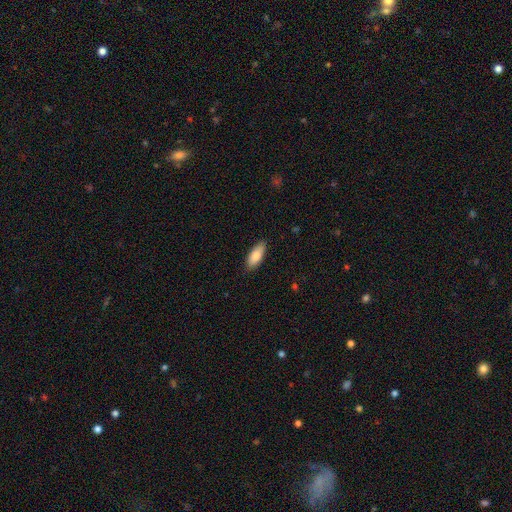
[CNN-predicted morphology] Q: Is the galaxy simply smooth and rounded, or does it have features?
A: smooth — 83%.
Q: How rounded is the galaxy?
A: in between — 77%.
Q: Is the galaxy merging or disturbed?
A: none — 86%.